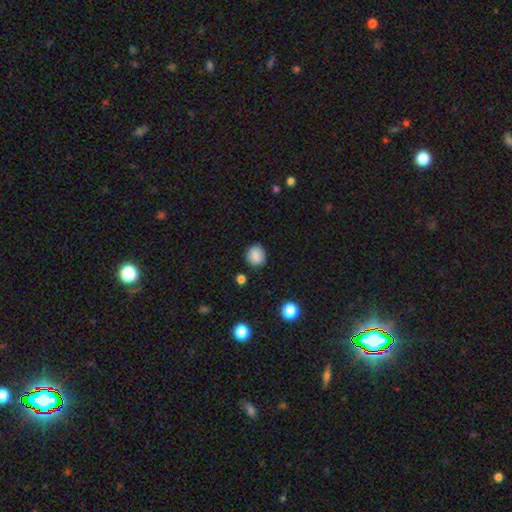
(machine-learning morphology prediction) Smooth or featured? smooth (85%)
How rounded? round (81%)
Merging? none (86%)